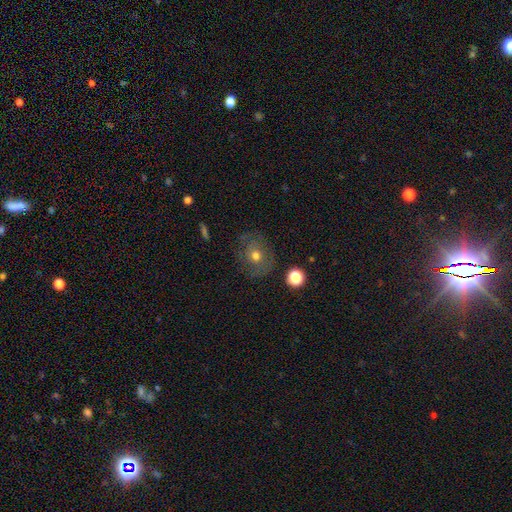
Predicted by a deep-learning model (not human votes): This is possibly a smooth galaxy (57%). How rounded: likely round (74%). Merging: likely none (73%).